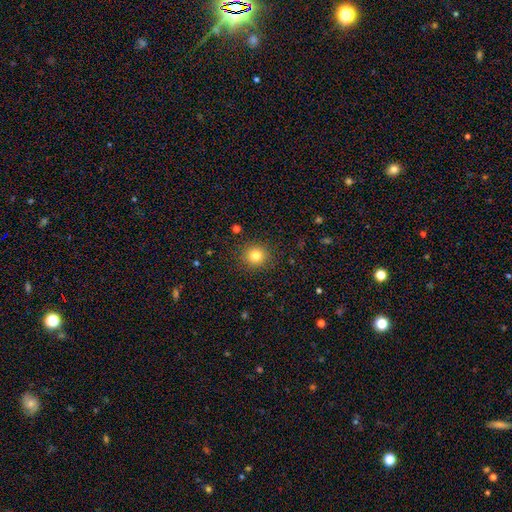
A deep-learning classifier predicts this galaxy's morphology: The model was most divided on "smooth or featured": smooth: 81%, star or artifact: 12%, featured or disk: 7%. More confident: how rounded — round (90%); merging — none (89%).